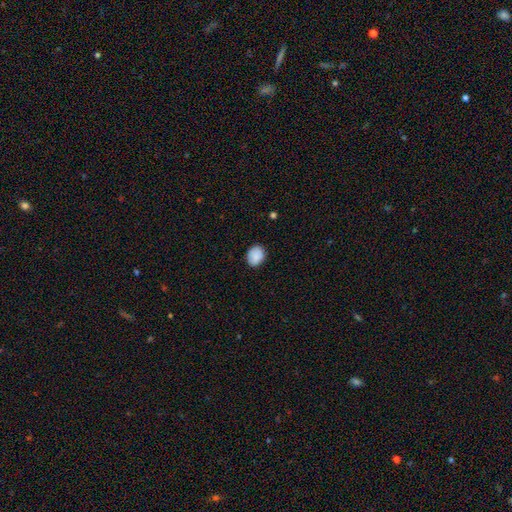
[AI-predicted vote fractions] Smooth or featured? smooth (88%)
How rounded? in between (52%)
Merging? none (83%)